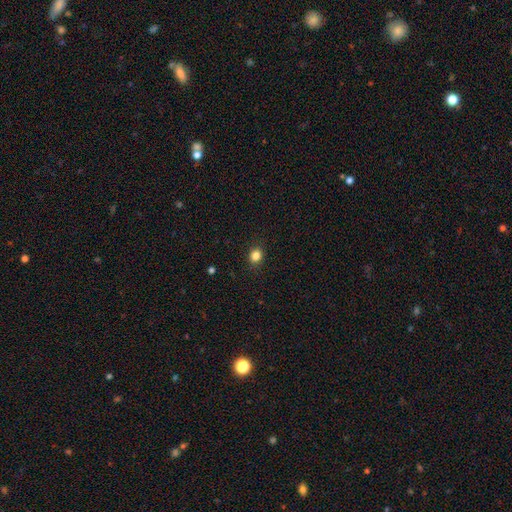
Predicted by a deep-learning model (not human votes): Morphology: type=smooth (83%); roundness=round (72%); merging=none (89%).